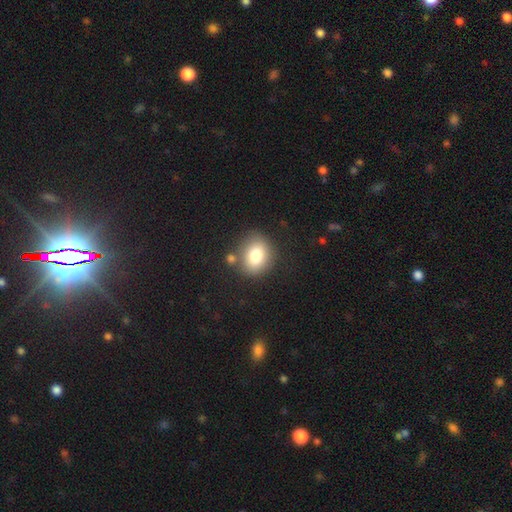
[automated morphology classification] Smooth or featured? Predicted: smooth (p=0.79). How rounded? Predicted: round (p=0.53). Merging? Predicted: none (p=0.75).